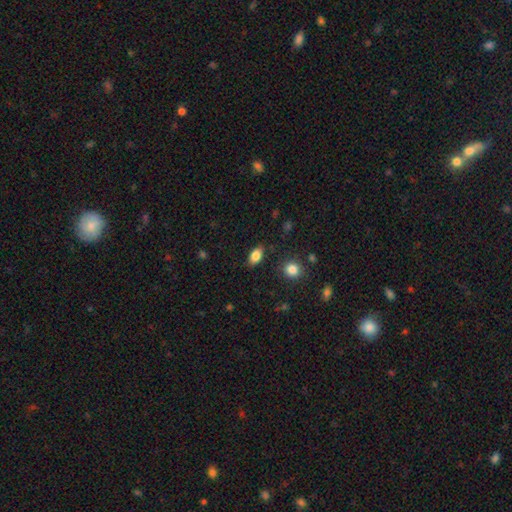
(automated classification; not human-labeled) This is clearly a smooth galaxy (84%). How rounded: clearly in between (88%). Merging: clearly none (84%).